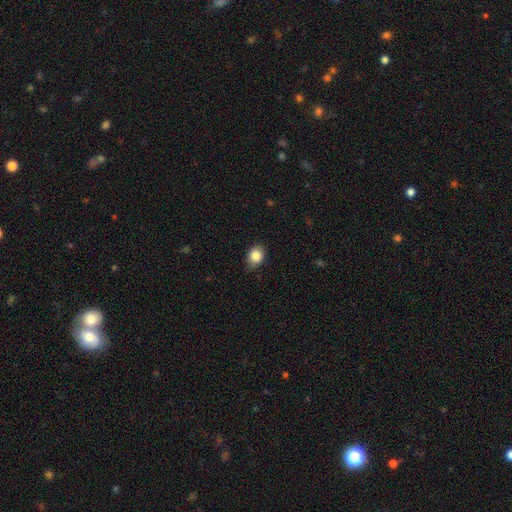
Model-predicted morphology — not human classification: smooth_or_featured: smooth (p=0.84) [alt: star or artifact p=0.09]
how_rounded: in between (p=0.65) [alt: round p=0.34]
merging: none (p=0.79) [alt: minor disturbance p=0.17]